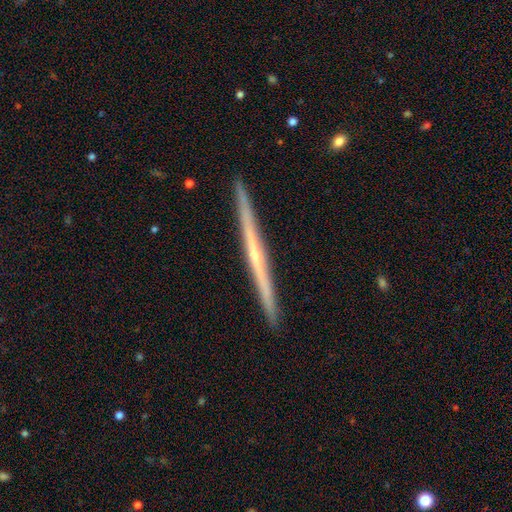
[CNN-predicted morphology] Smooth or featured: featured or disk — 74% (smooth — 20%)
Edge-on disk: yes — 98% (no — 2%)
Edge-on bulge: none — 57% (rounded — 38%)
Merging: none — 93% (minor disturbance — 5%)